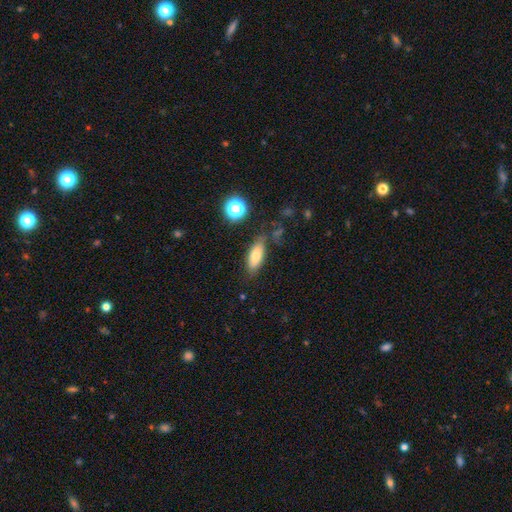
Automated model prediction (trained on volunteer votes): Q: Smooth or featured?
A: smooth (75%); runner-up: featured or disk (14%)
Q: How rounded?
A: in between (73%); runner-up: cigar-shaped (23%)
Q: Merging?
A: none (71%); runner-up: minor disturbance (18%)